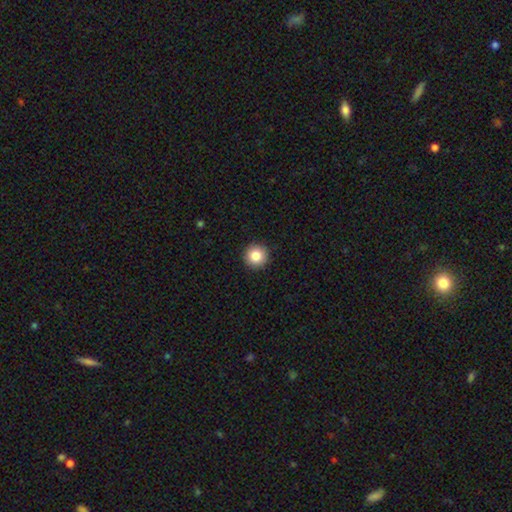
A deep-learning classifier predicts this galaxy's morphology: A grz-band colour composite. It shows a smooth galaxy with no disk features (84%) that is round (96%). Merging: none (93%).